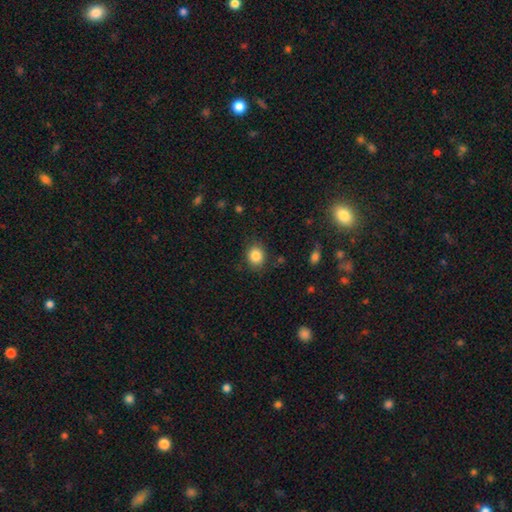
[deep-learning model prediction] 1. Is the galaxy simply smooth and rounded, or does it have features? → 85% smooth, 10% star or artifact, 5% featured or disk.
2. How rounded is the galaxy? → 69% round, 30% in between, 1% cigar-shaped.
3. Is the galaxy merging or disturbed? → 84% none, 11% minor disturbance, 3% major disturbance, 2% merger.